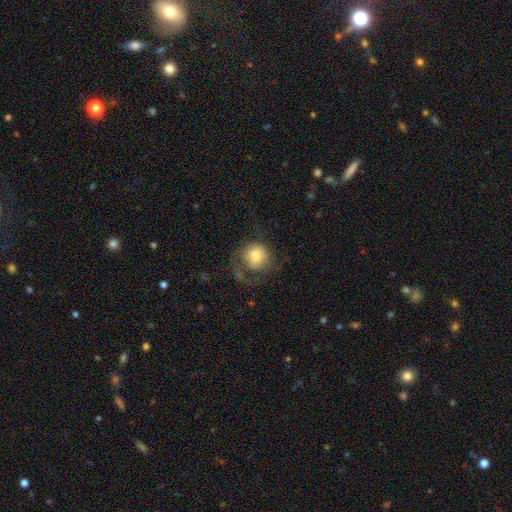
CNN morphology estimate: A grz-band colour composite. It shows a smooth galaxy with no disk features (68%) that is round (80%). Merging: none (40%).